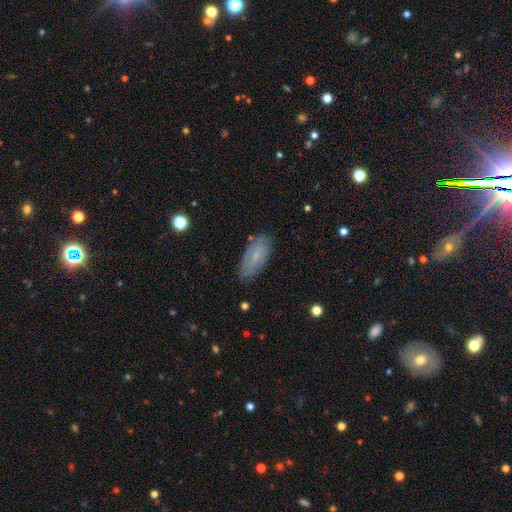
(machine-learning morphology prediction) type=smooth (58%); roundness=in between (84%); merging=none (80%).